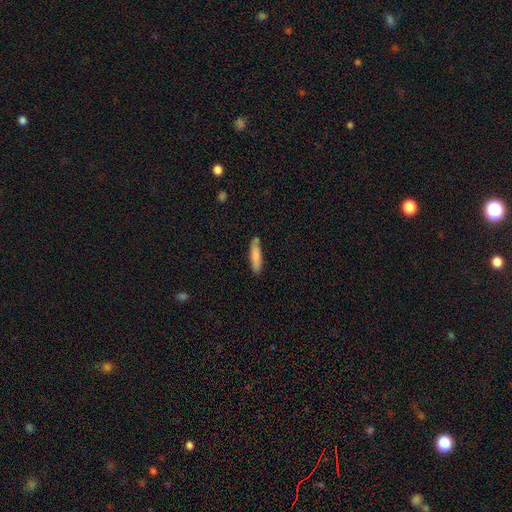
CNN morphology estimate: Smooth or featured? smooth (83%)
How rounded? cigar-shaped (79%)
Merging? none (80%)